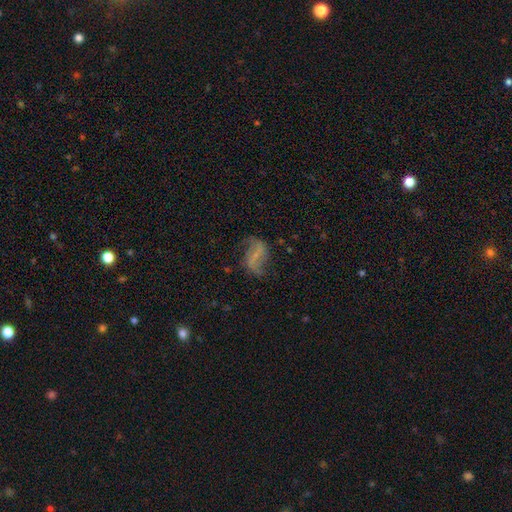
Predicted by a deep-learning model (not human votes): The model was most divided on "bar": weak: 41%, strong: 34%, no: 25%. More confident: edge-on disk — no (97%); spiral arm count — 2 (88%); spiral arms — yes (86%); spiral winding — loose (73%); smooth or featured — featured or disk (73%); merging — none (63%); bulge size — none (51%).